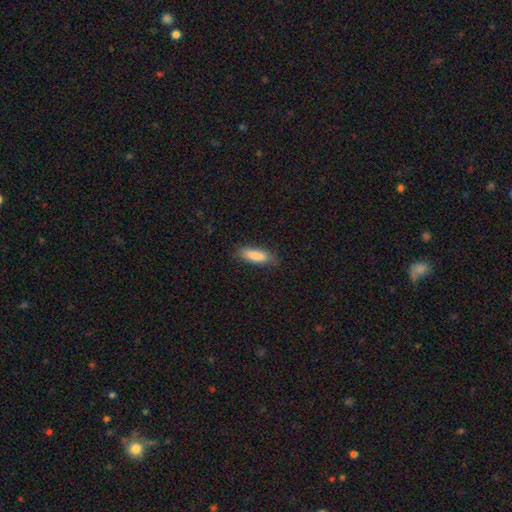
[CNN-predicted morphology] Smooth or featured: smooth — 87% (featured or disk — 7%)
How rounded: in between — 56% (cigar-shaped — 42%)
Merging: none — 81% (minor disturbance — 15%)